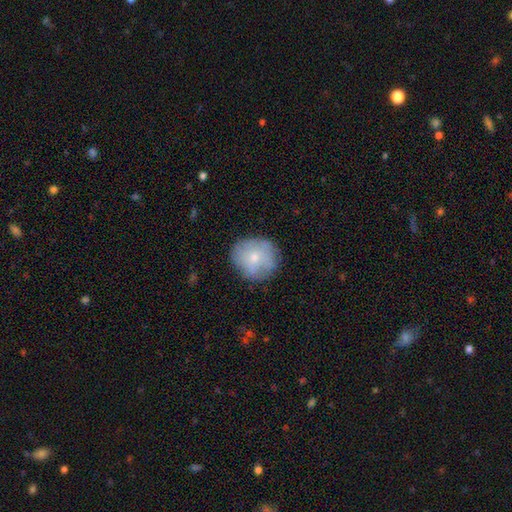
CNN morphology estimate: The model was most divided on "smooth or featured": smooth: 62%, featured or disk: 29%, star or artifact: 9%. More confident: how rounded — round (87%); merging — none (79%).